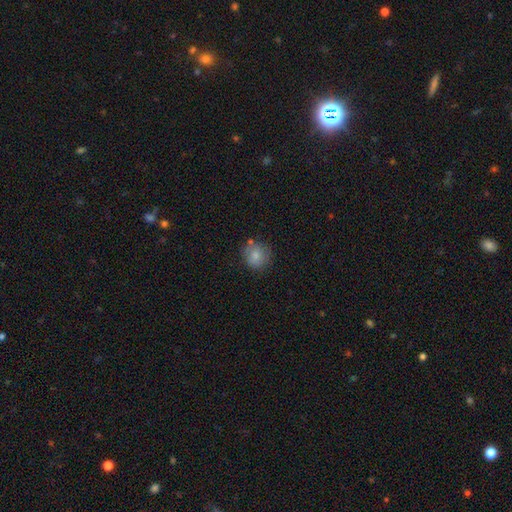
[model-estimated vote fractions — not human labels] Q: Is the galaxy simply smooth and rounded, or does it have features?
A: smooth — 81%.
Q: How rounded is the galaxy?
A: round — 89%.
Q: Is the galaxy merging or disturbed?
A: none — 76%.